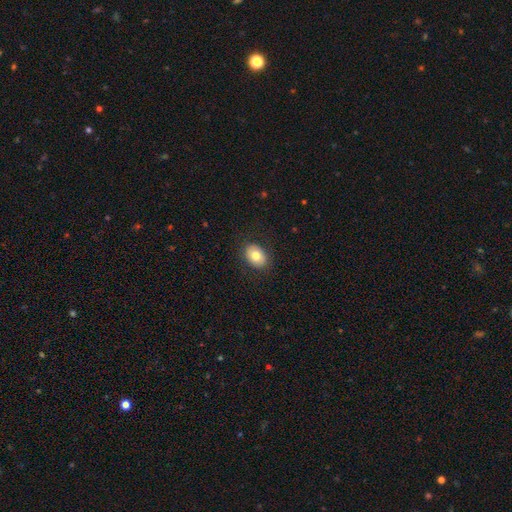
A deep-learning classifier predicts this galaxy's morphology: type=smooth (77%); roundness=in between (68%); merging=none (87%).